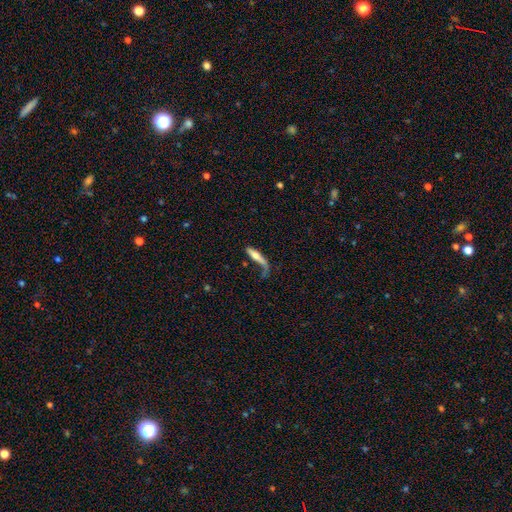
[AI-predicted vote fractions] smooth 56%, featured or disk 37%, star or artifact 7%. Down the decision tree: how rounded — cigar-shaped (76%); merging — major disturbance (36%).